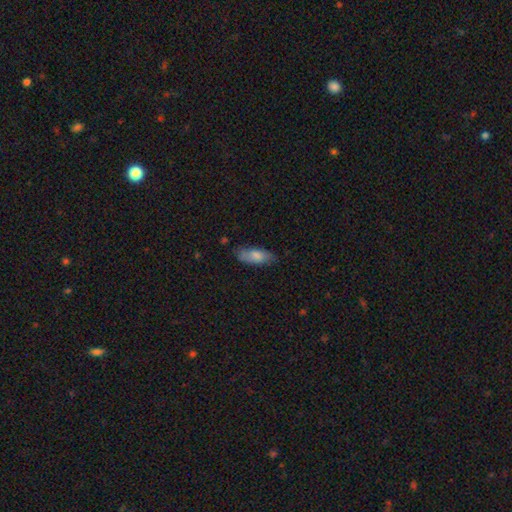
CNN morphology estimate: Smooth or featured: smooth — 78% (featured or disk — 16%)
How rounded: in between — 75% (cigar-shaped — 23%)
Merging: none — 70% (minor disturbance — 23%)